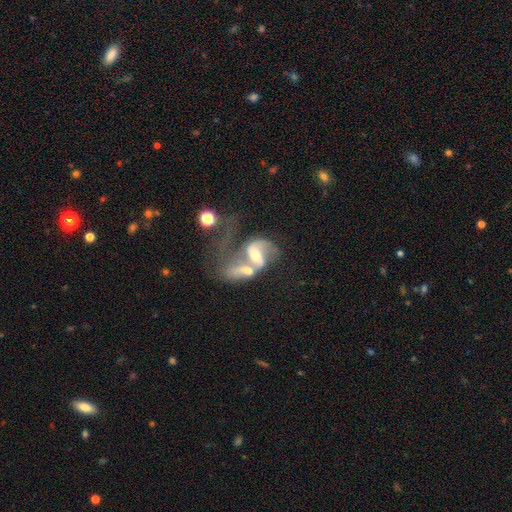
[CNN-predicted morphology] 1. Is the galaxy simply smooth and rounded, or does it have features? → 76% featured or disk, 16% smooth, 8% star or artifact.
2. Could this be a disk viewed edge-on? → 96% no, 4% yes.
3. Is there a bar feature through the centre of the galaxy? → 39% weak, 32% no, 29% strong.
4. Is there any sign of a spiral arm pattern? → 83% yes, 17% no.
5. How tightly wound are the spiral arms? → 61% loose, 31% medium, 8% tight.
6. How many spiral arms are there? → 74% 2, 13% 1, 9% can't tell, 2% 3, 1% 4, 1% more than 4.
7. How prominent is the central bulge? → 57% moderate, 29% small, 8% large, 4% none, 2% dominant.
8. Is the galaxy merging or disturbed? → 62% merger, 19% major disturbance, 13% none, 7% minor disturbance.